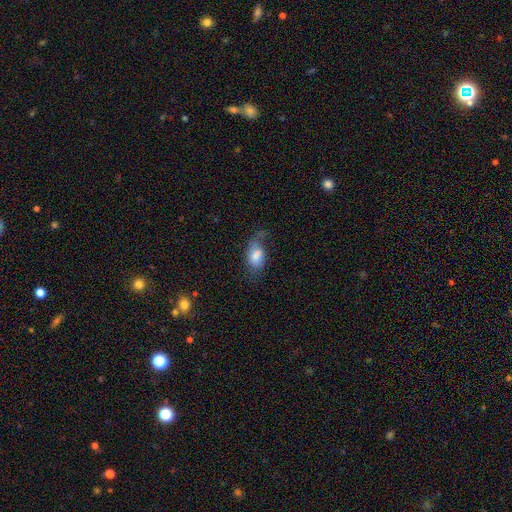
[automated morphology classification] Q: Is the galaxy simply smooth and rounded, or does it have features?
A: smooth — 70%.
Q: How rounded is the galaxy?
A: in between — 87%.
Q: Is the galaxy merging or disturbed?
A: none — 42%.